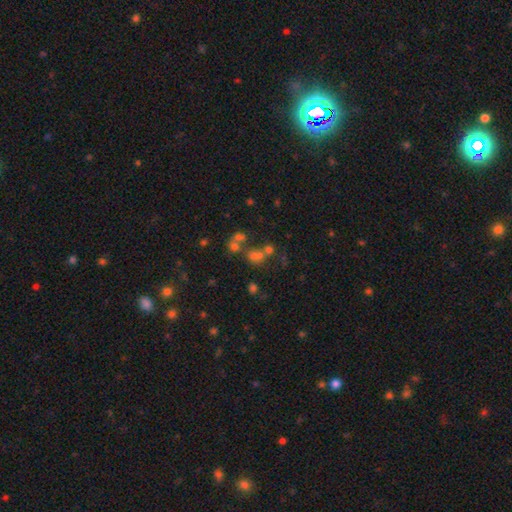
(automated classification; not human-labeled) smooth_or_featured: smooth (p=0.41) [alt: star or artifact p=0.40]
merging: none (p=0.45) [alt: merger p=0.39]